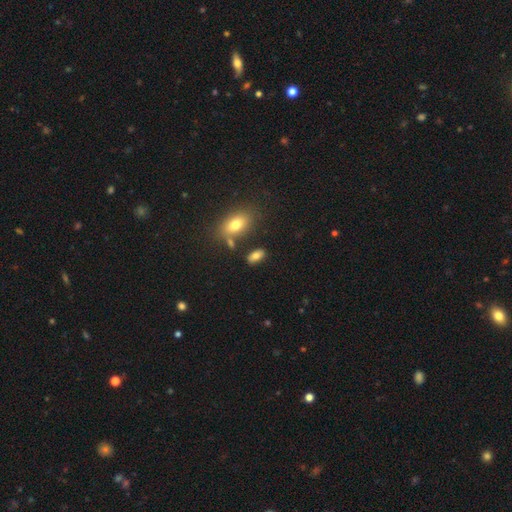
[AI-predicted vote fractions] Smooth or featured: smooth — 78% (featured or disk — 12%)
How rounded: in between — 87% (cigar-shaped — 8%)
Merging: none — 76% (minor disturbance — 12%)